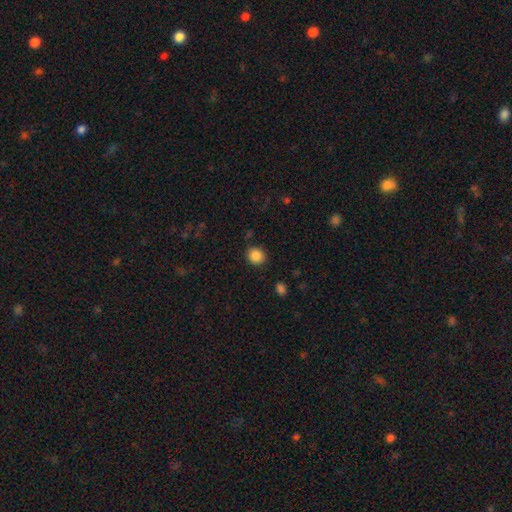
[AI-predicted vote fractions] A smooth galaxy with no disk features (86%) that is round (78%).

Vote fractions:
- Smooth or featured? smooth: 86% / star or artifact: 10% / featured or disk: 4%
- How rounded? round: 78% / in between: 21% / cigar-shaped: 1%
- Merging? none: 87% / minor disturbance: 8% / major disturbance: 3% / merger: 2%